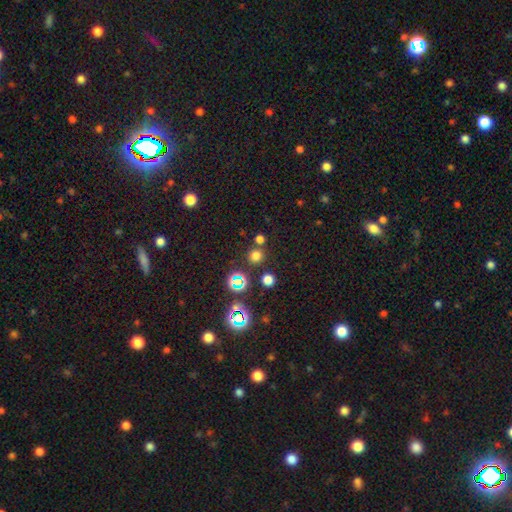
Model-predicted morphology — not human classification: smooth_or_featured: smooth (p=0.67) [alt: star or artifact p=0.27]
how_rounded: round (p=0.93) [alt: in between p=0.06]
merging: none (p=0.78) [alt: merger p=0.12]